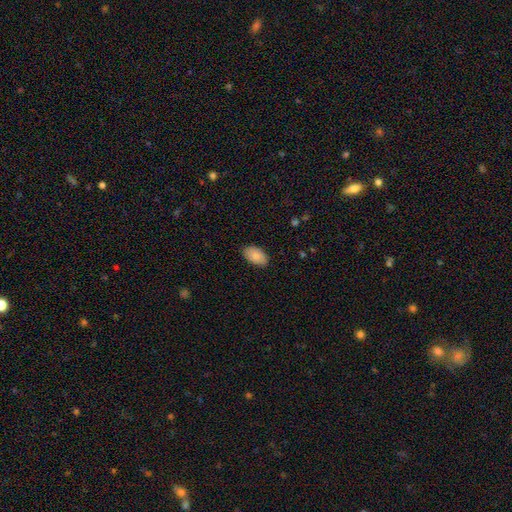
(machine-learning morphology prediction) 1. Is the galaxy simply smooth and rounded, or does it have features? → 87% smooth, 7% featured or disk, 6% star or artifact.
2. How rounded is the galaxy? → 94% in between, 4% round, 1% cigar-shaped.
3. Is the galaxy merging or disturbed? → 87% none, 10% minor disturbance, 2% major disturbance, 1% merger.